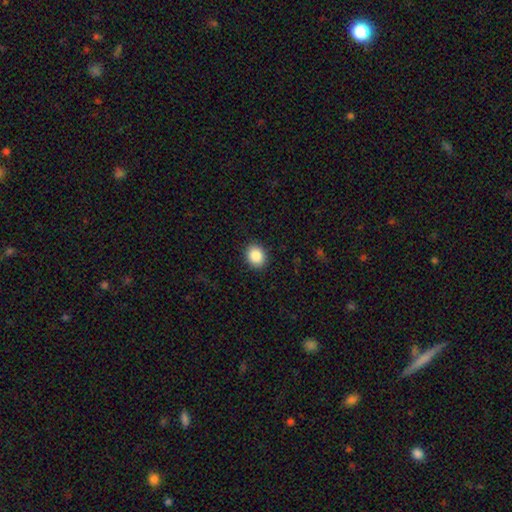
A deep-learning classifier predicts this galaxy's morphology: Overall: smooth (87%). How rounded: round (59%; in between 40%). Merging: none (91%).